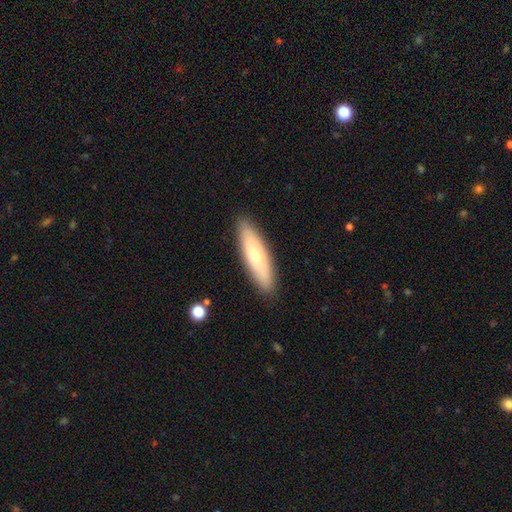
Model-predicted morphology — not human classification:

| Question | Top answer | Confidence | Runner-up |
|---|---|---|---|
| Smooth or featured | smooth | 63% | featured or disk (32%) |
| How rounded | cigar-shaped | 65% | in between (33%) |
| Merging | none | 89% | minor disturbance (8%) |